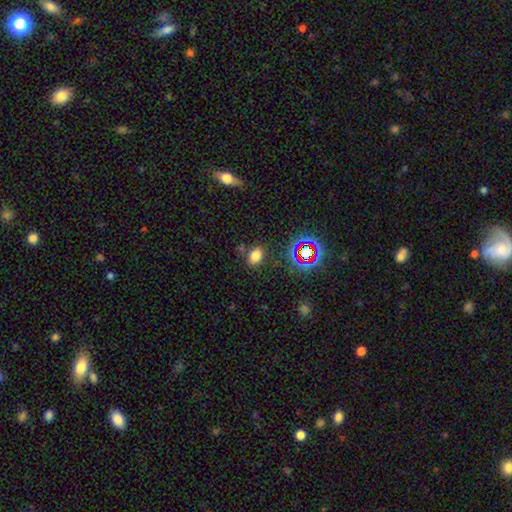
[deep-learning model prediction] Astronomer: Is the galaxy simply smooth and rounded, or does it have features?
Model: smooth — 75%.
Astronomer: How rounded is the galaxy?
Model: in between — 73%.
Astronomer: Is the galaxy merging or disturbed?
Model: none — 79%.